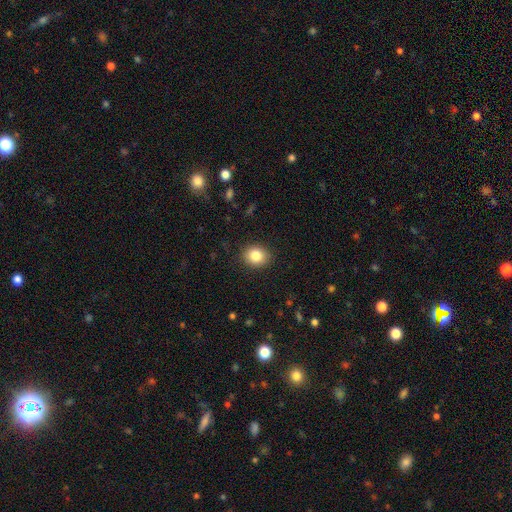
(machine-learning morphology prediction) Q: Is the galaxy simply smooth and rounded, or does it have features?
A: smooth — 84%.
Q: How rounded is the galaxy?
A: round — 57%.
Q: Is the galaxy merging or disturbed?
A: none — 89%.